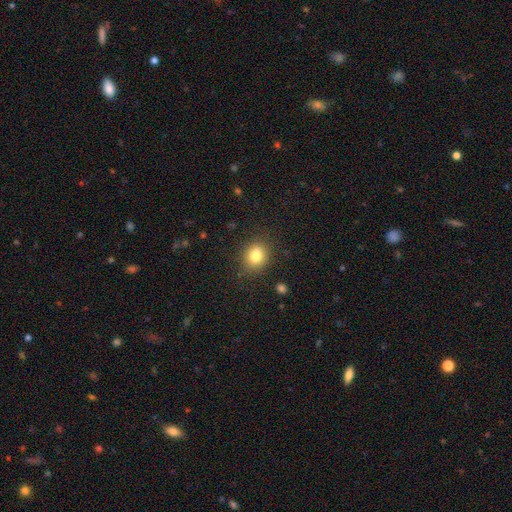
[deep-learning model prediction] Q: Smooth or featured?
A: smooth (81%); runner-up: star or artifact (11%)
Q: How rounded?
A: round (67%); runner-up: in between (32%)
Q: Merging?
A: none (85%); runner-up: minor disturbance (10%)